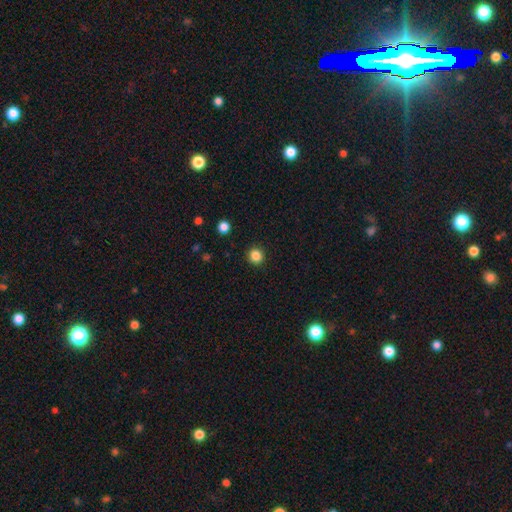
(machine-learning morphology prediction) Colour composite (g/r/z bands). It shows a smooth galaxy with no disk features (85%) that is round (93%). Merging: none (92%).